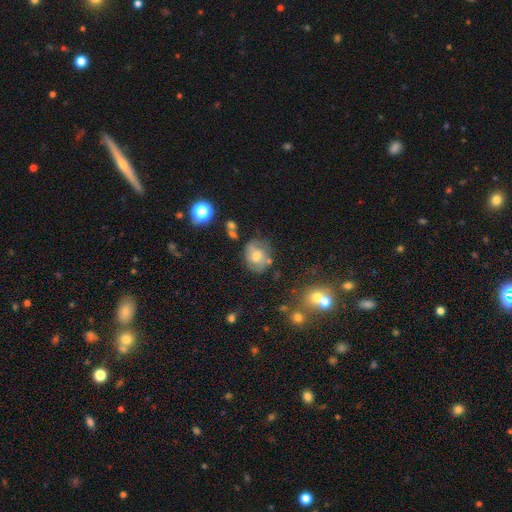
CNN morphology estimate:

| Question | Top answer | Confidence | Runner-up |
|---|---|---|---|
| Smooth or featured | featured or disk | 45% | smooth (44%) |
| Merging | none | 62% | minor disturbance (22%) |